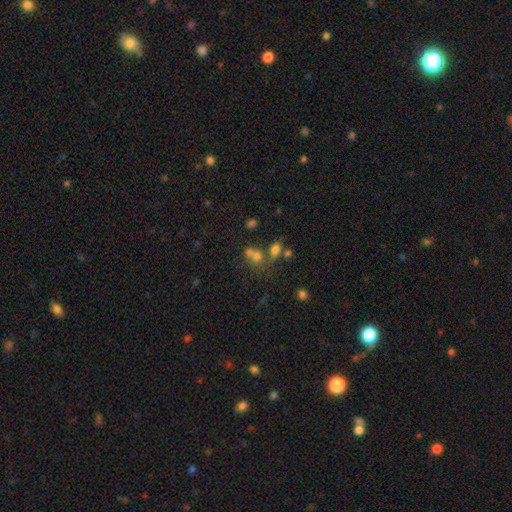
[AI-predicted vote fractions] This appears to be a smooth galaxy with no disk features (65%) that is round (62%). Merging: merger (47%).